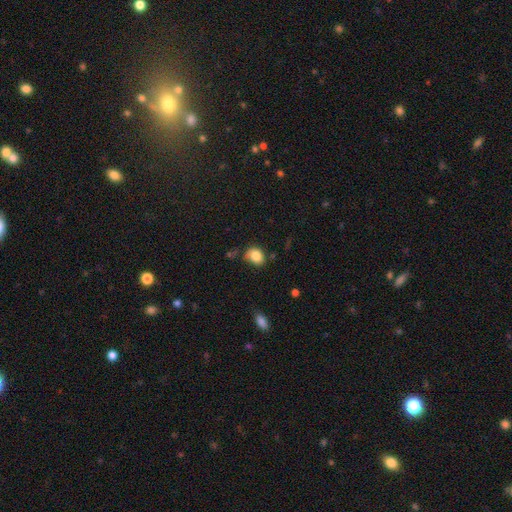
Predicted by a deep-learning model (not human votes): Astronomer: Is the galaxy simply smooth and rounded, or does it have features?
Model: smooth — 83%.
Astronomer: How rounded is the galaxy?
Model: in between — 53% (runner-up: round, 46%).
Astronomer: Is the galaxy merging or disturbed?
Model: none — 60%.